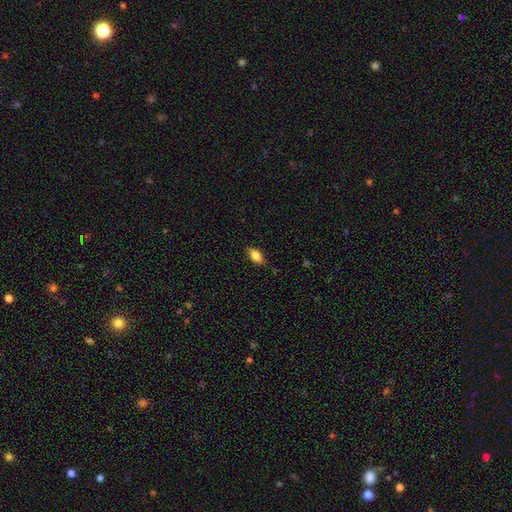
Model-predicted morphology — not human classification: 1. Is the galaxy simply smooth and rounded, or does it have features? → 69% smooth, 23% featured or disk, 8% star or artifact.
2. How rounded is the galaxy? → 80% in between, 16% cigar-shaped, 4% round.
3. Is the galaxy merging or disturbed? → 82% none, 14% minor disturbance, 3% major disturbance, 1% merger.